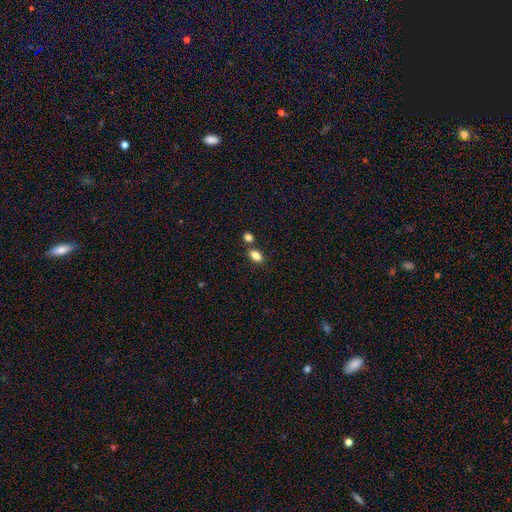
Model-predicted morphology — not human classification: Q: Smooth or featured?
A: smooth (84%); runner-up: star or artifact (10%)
Q: How rounded?
A: in between (86%); runner-up: round (11%)
Q: Merging?
A: none (72%); runner-up: merger (15%)